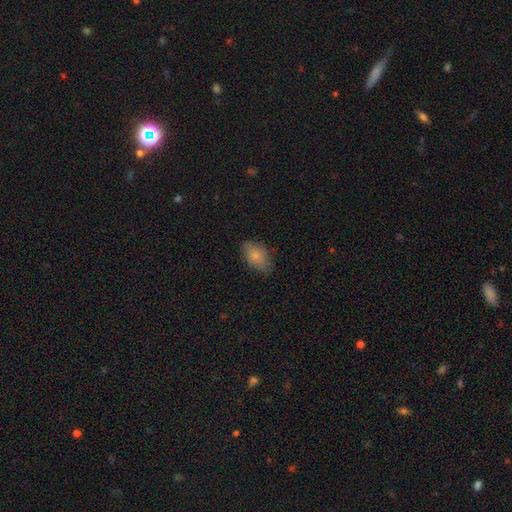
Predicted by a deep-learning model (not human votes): A smooth galaxy with no disk features (80%) that is in between round and cigar-shaped (88%). Merging: none (73%).